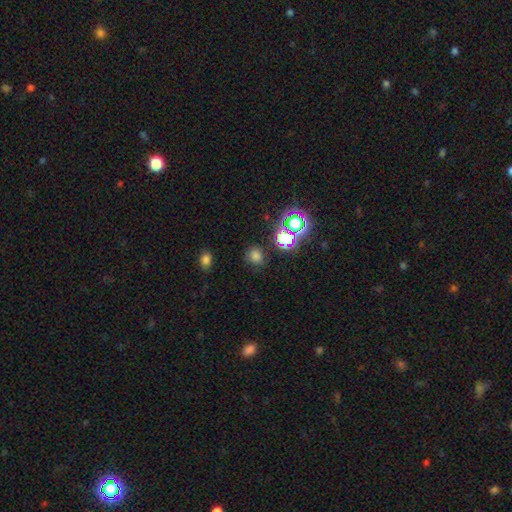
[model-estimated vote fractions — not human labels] Morphology: type=smooth (69%); roundness=round (74%); merging=none (81%).